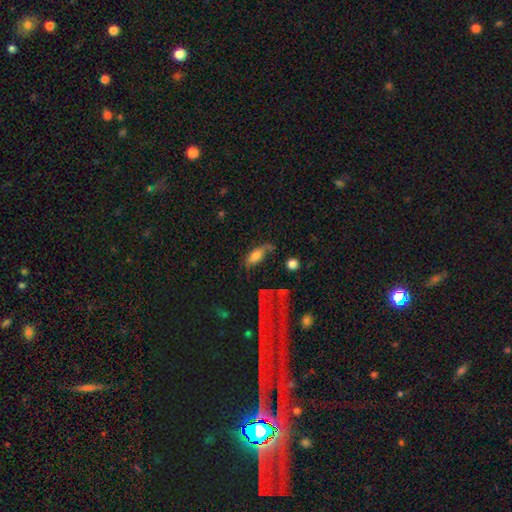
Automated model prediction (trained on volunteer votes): Morphology: type=smooth (66%); roundness=in between (77%); merging=none (42%).